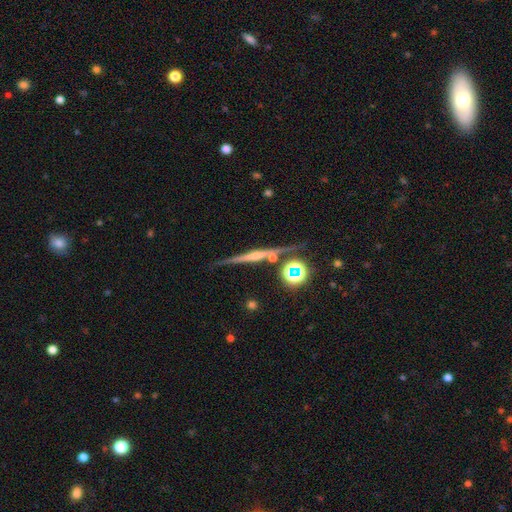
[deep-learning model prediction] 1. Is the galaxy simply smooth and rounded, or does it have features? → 70% featured or disk, 17% smooth, 13% star or artifact.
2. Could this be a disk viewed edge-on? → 95% yes, 5% no.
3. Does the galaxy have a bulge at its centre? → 53% rounded, 29% none, 18% boxy.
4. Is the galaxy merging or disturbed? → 80% none, 11% minor disturbance, 5% merger, 3% major disturbance.